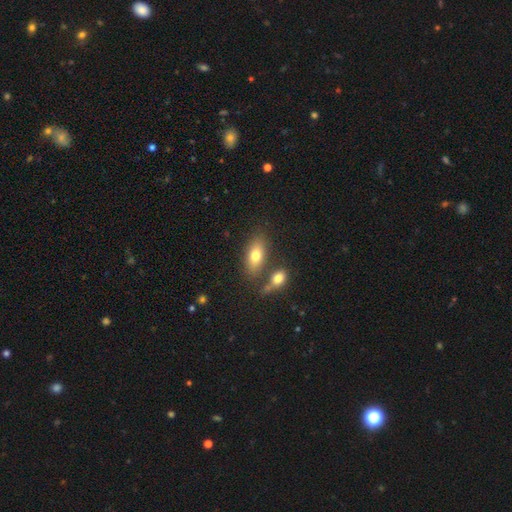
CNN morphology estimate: A smooth galaxy with no disk features (74%) that is in between round and cigar-shaped (85%). Merging: none (62%).